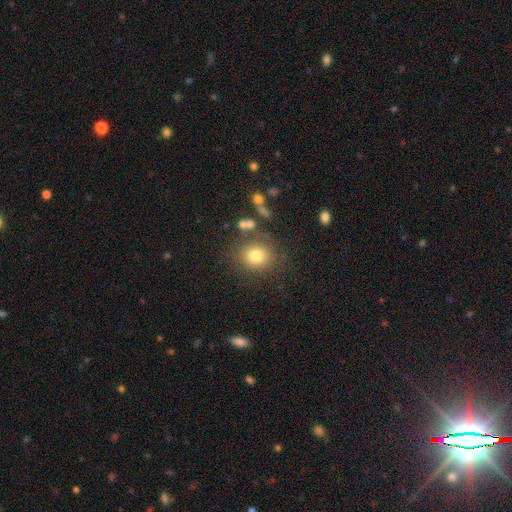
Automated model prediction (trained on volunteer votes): Overall: smooth (78%). How rounded: round (77%). Merging: none (76%).